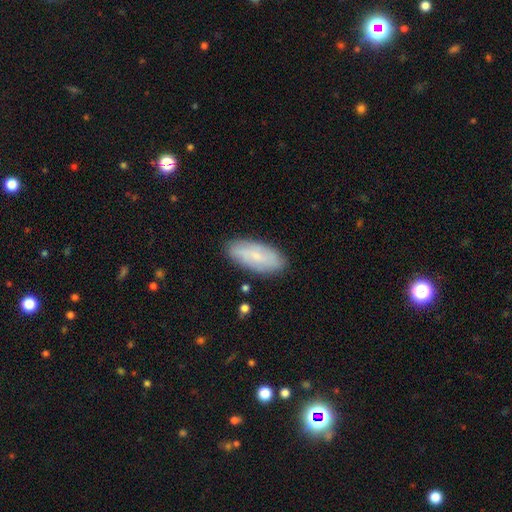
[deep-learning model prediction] Morphology: type=smooth (63%); roundness=in between (82%); merging=none (84%).